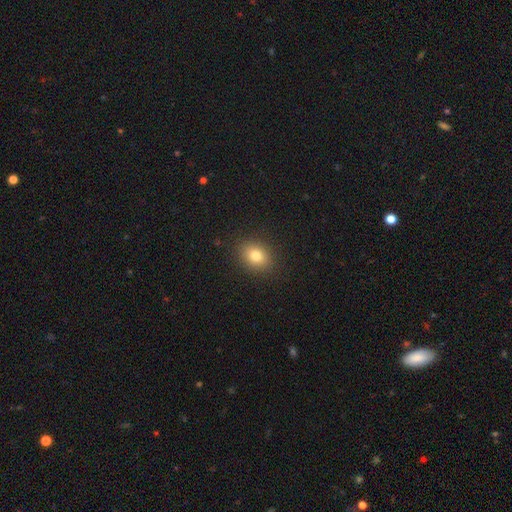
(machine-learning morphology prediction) Smooth or featured? smooth (80%)
How rounded? in between (49%, tied with round)
Merging? none (89%)